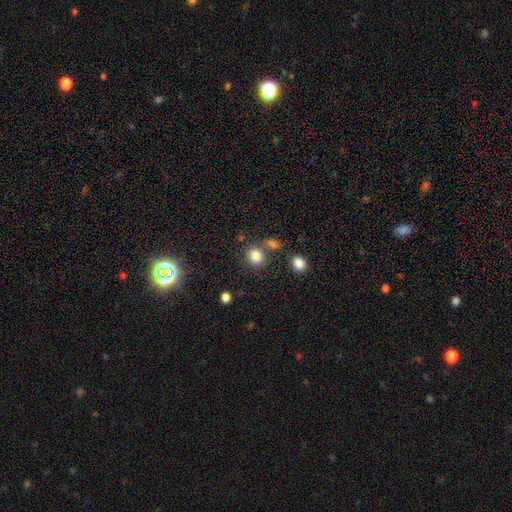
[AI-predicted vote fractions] A smooth galaxy with no disk features (82%) that is round (75%).

Vote fractions:
- Smooth or featured? smooth: 82% / star or artifact: 12% / featured or disk: 6%
- How rounded? round: 75% / in between: 24% / cigar-shaped: 1%
- Merging? none: 67% / merger: 18% / minor disturbance: 11% / major disturbance: 5%